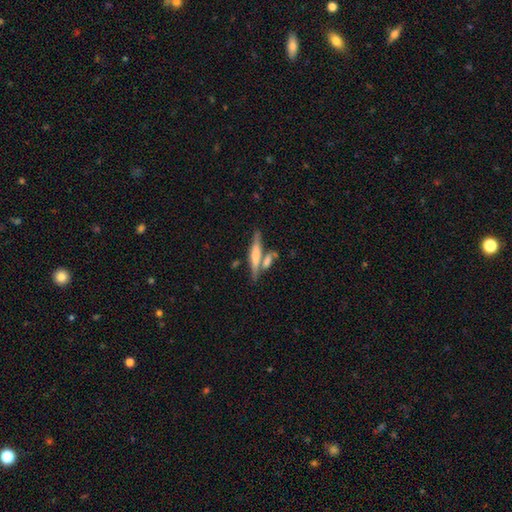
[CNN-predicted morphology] This is possibly a smooth galaxy (47%). Merging: possibly none (56%).